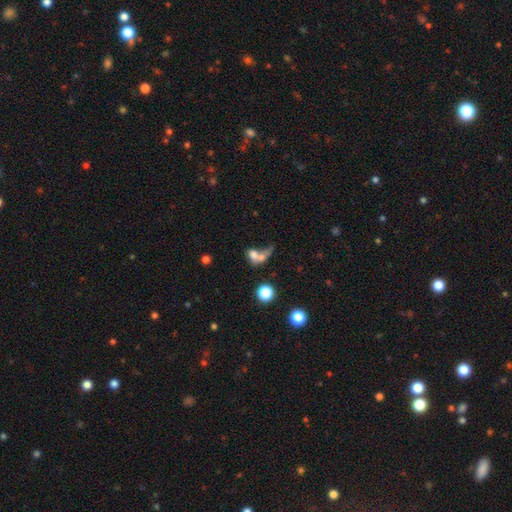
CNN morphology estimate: This is likely a smooth galaxy (64%). How rounded: possibly in between (56%). Merging: possibly merger (57%).